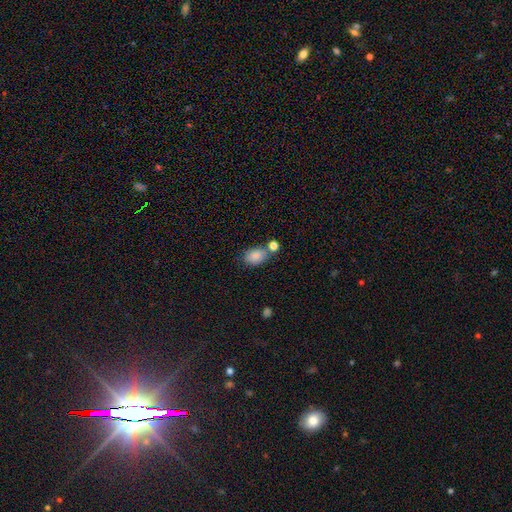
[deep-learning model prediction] smooth_or_featured: smooth (p=0.85) [alt: star or artifact p=0.08]
how_rounded: in between (p=0.80) [alt: round p=0.18]
merging: none (p=0.58) [alt: merger p=0.22]